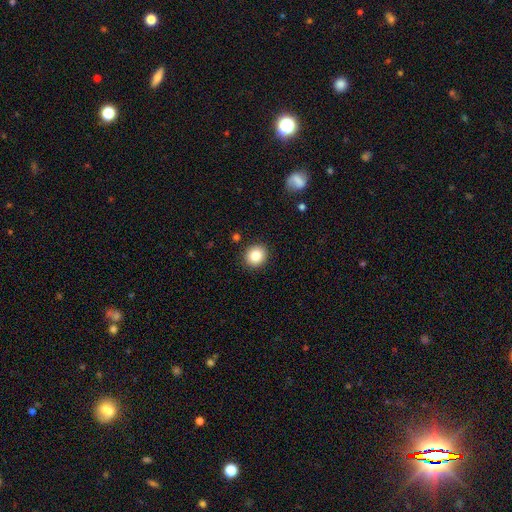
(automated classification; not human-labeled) This is clearly a smooth galaxy (84%). How rounded: clearly round (84%). Merging: clearly none (90%).